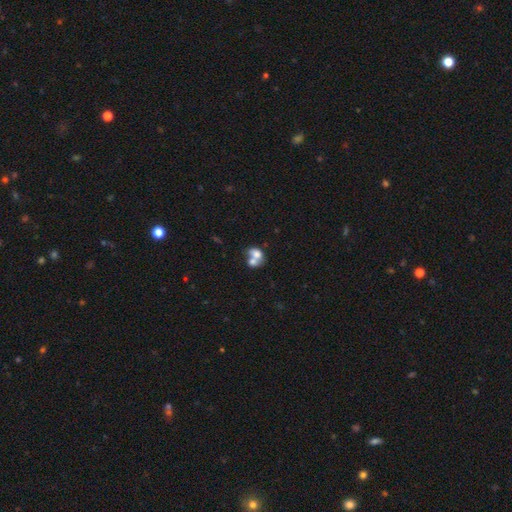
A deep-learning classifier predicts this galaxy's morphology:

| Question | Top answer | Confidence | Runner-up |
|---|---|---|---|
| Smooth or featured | smooth | 67% | featured or disk (24%) |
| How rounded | in between | 62% | round (37%) |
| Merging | merger | 70% | none (18%) |